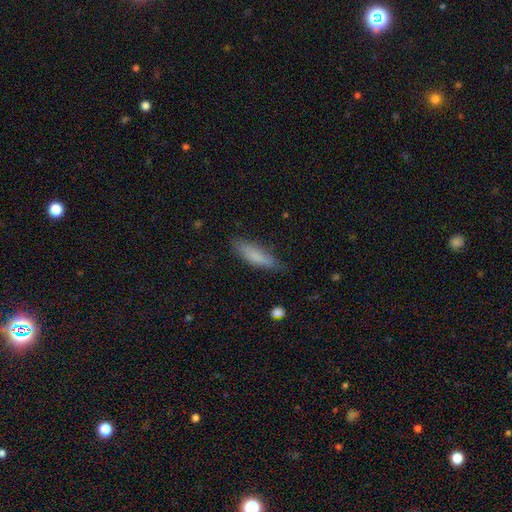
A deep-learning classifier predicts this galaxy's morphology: Smooth or featured? smooth (82%)
How rounded? cigar-shaped (67%)
Merging? none (76%)